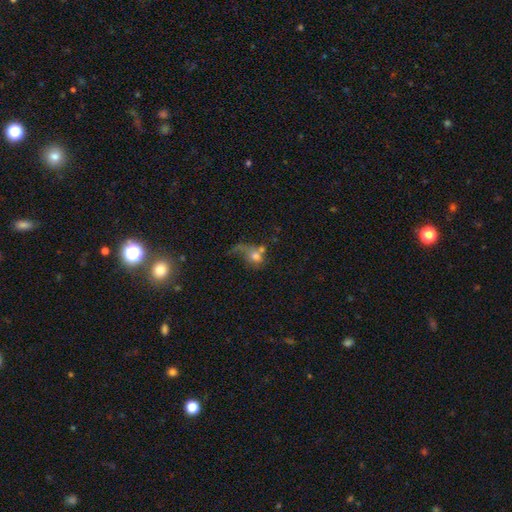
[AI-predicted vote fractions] Q: Smooth or featured?
A: smooth (61%); runner-up: featured or disk (27%)
Q: How rounded?
A: round (54%); runner-up: in between (44%)
Q: Merging?
A: major disturbance (39%); runner-up: merger (27%)